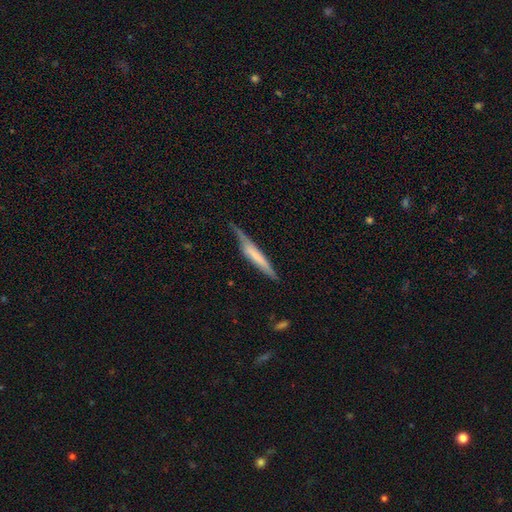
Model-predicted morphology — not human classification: This is possibly a smooth galaxy (50%). Merging: possibly none (53%).